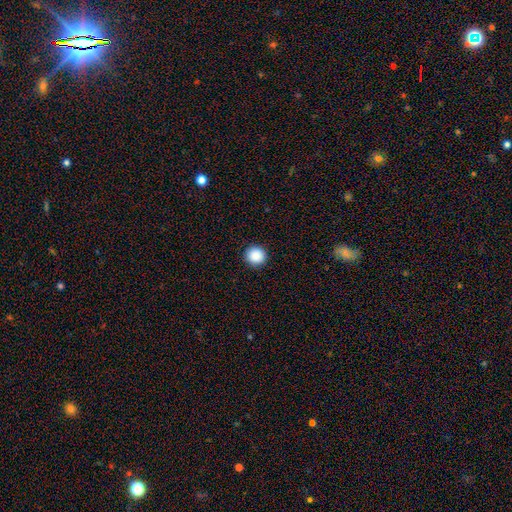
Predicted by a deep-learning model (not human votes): The model was most divided on "smooth or featured": smooth: 89%, star or artifact: 9%, featured or disk: 2%. More confident: how rounded — round (95%); merging — none (93%).